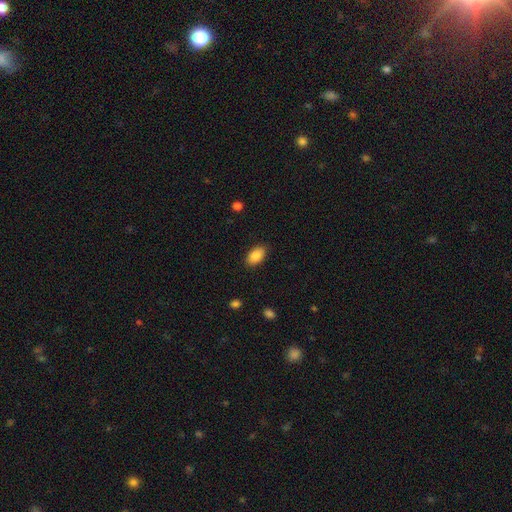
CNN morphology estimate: The model was most divided on "merging": none: 87%, minor disturbance: 10%, major disturbance: 2%, merger: 1%. More confident: how rounded — in between (93%); smooth or featured — smooth (87%).